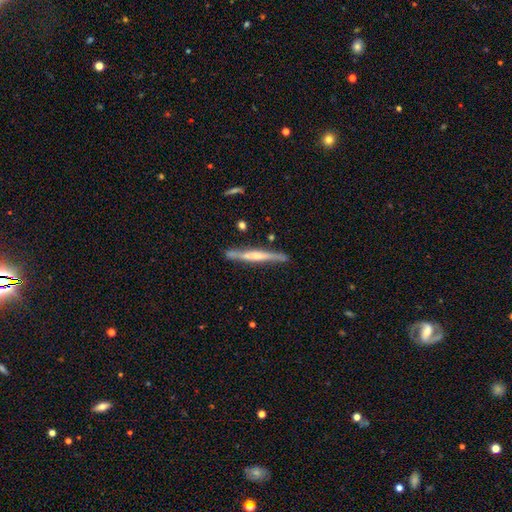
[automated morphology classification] Overall: featured or disk (63%; smooth 32%). Edge-on disk: yes (95%). Edge-on bulge: rounded (43%; none 34%). Merging: none (81%).